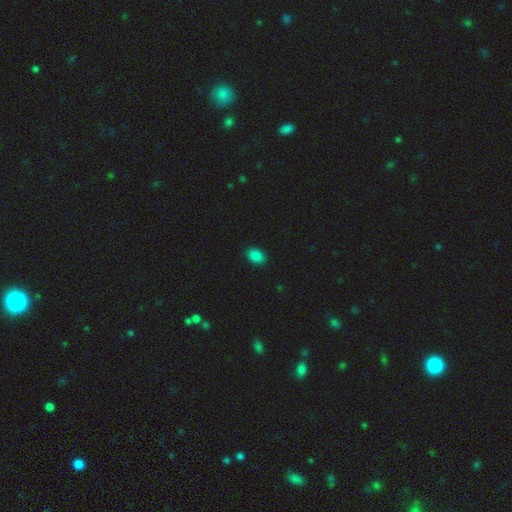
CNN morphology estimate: smooth-or-featured: smooth: 86% | star or artifact: 11% | featured or disk: 3%
  how-rounded: in between: 81% | round: 18% | cigar-shaped: 1%
  merging: none: 90% | minor disturbance: 7% | major disturbance: 2% | merger: 1%